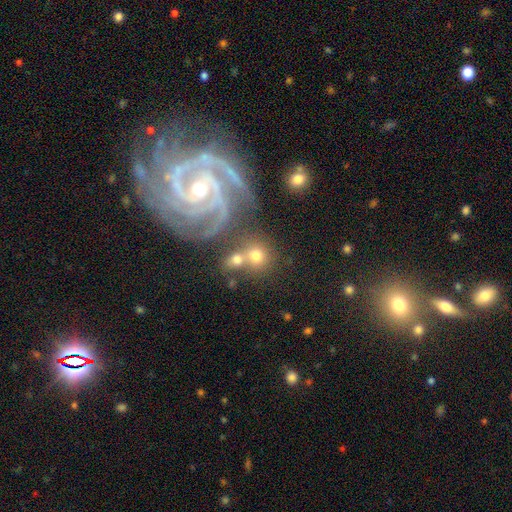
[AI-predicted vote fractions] Overall: smooth (59%; featured or disk 27%). How rounded: round (78%). Merging: none (40%; merger 39%).